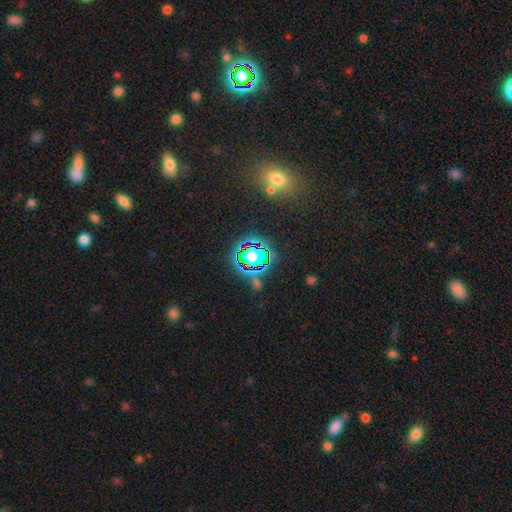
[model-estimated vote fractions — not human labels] A star or artifact, not a galaxy (75%).